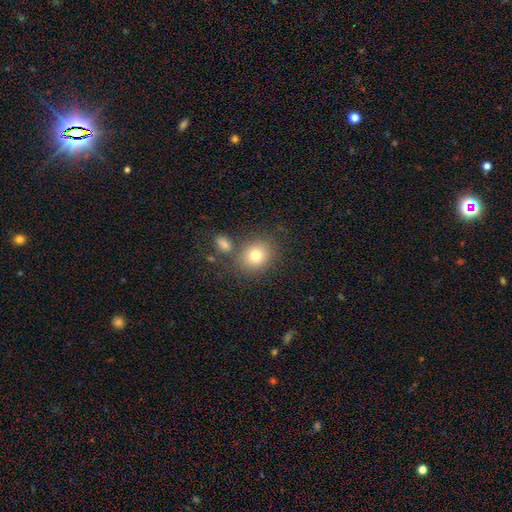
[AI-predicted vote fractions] Smooth or featured: smooth — 78% (star or artifact — 12%)
How rounded: round — 71% (in between — 29%)
Merging: none — 72% (merger — 13%)